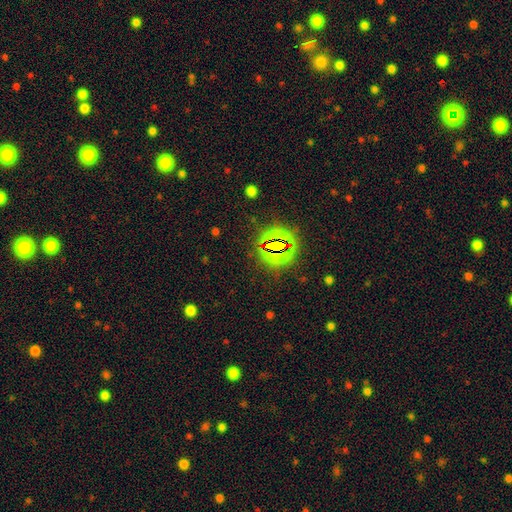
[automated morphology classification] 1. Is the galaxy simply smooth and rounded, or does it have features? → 67% star or artifact, 20% smooth, 13% featured or disk.